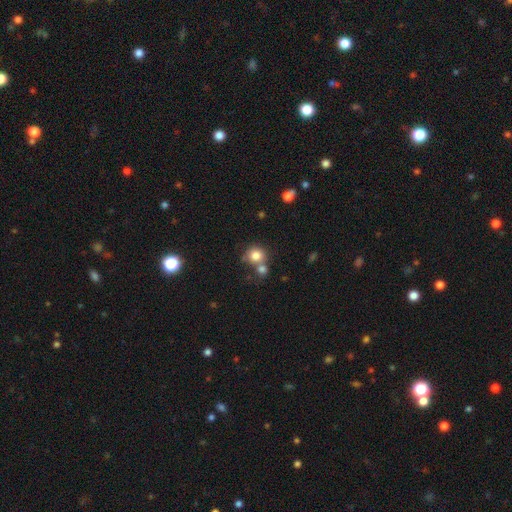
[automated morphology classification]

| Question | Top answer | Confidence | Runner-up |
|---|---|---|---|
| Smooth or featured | smooth | 80% | star or artifact (11%) |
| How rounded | round | 83% | in between (16%) |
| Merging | none | 50% | merger (35%) |